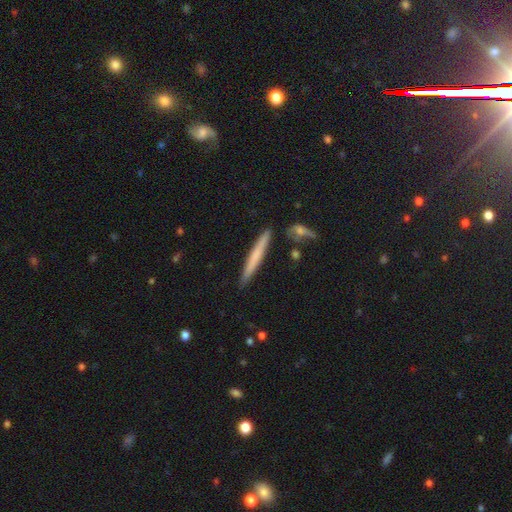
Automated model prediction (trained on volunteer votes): smooth-or-featured: smooth: 58% | featured or disk: 36% | star or artifact: 6%
  how-rounded: cigar-shaped: 96% | in between: 2% | round: 1%
  merging: none: 87% | minor disturbance: 8% | merger: 3% | major disturbance: 2%